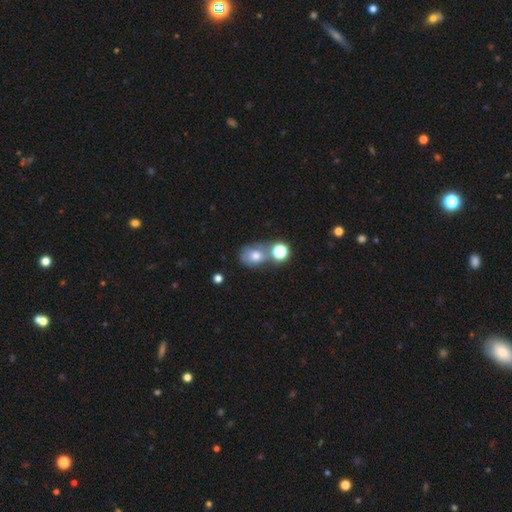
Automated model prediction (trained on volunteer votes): smooth_or_featured: smooth (p=0.67) [alt: featured or disk p=0.18]
how_rounded: in between (p=0.52) [alt: round p=0.47]
merging: none (p=0.41) [alt: merger p=0.33]